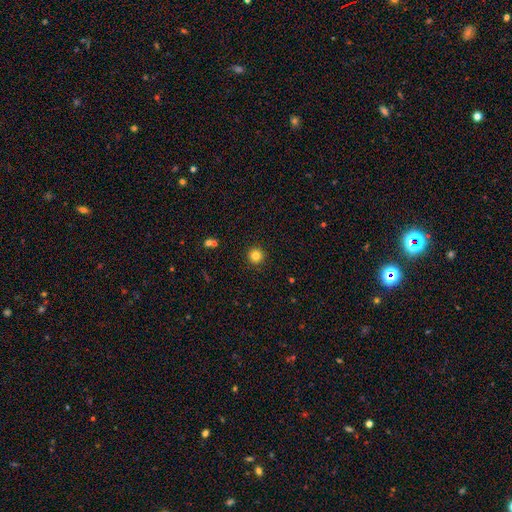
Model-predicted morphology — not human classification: Smooth or featured?
  - smooth: 82% *
  - star or artifact: 13%
  - featured or disk: 6%
How rounded?
  - round: 96% *
  - in between: 3%
  - cigar-shaped: 1%
Merging?
  - none: 92% *
  - minor disturbance: 5%
  - major disturbance: 2%
  - merger: 1%